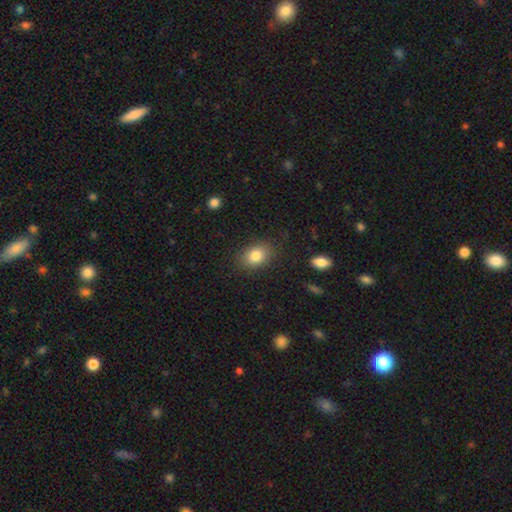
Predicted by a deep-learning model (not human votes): Overall: smooth (83%). How rounded: in between (70%). Merging: none (84%).